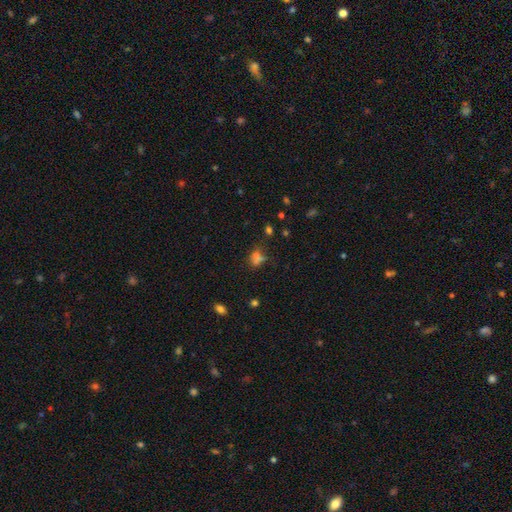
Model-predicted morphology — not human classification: smooth 55%, star or artifact 35%, featured or disk 10%. Down the decision tree: how rounded — in between (50%); merging — none (55%).